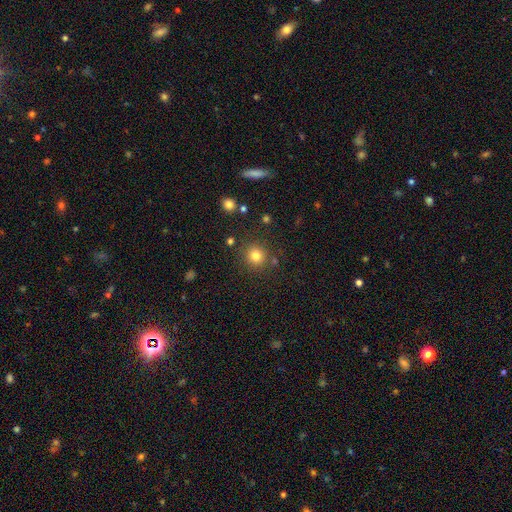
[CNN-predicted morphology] type=smooth (81%); roundness=round (91%); merging=none (84%).